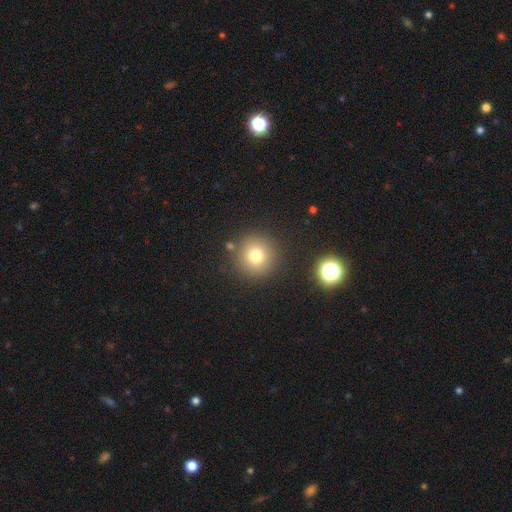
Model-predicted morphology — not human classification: Smooth or featured: smooth — 76% (star or artifact — 15%)
How rounded: round — 95% (in between — 4%)
Merging: none — 86% (minor disturbance — 7%)